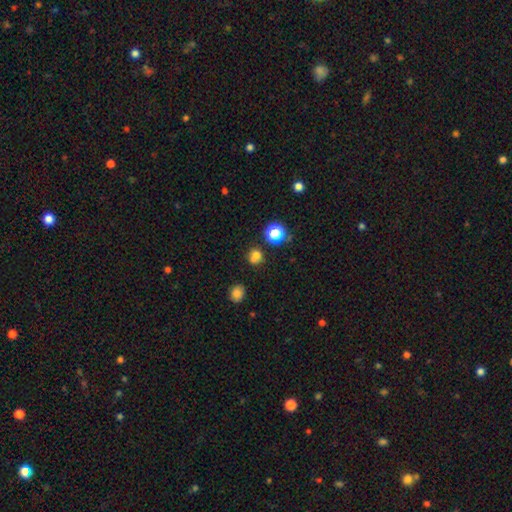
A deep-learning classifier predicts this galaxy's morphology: This appears to be a smooth galaxy with no disk features (70%) that is round (80%). Merging: none (60%).